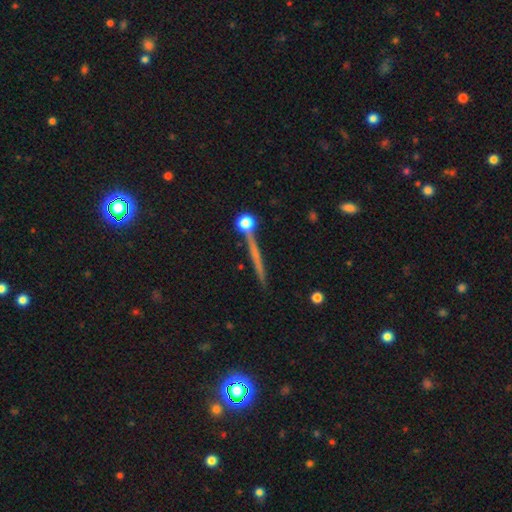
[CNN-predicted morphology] featured or disk 48%, smooth 41%, star or artifact 11%. Down the decision tree: merging — none (82%).